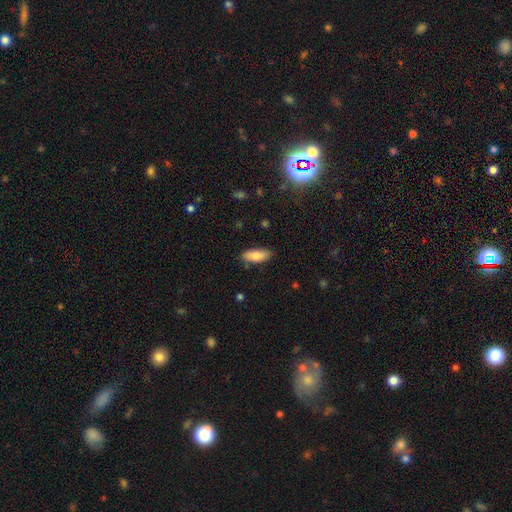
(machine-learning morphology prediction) Smooth or featured?
  - smooth: 86% *
  - featured or disk: 8%
  - star or artifact: 6%
How rounded?
  - in between: 77% *
  - cigar-shaped: 21%
  - round: 2%
Merging?
  - none: 83% *
  - minor disturbance: 13%
  - major disturbance: 2%
  - merger: 2%